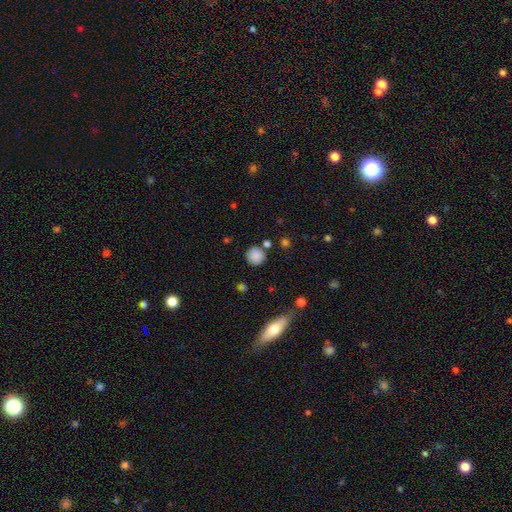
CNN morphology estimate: smooth 85%, star or artifact 10%, featured or disk 5%. Down the decision tree: how rounded — round (92%); merging — none (81%).